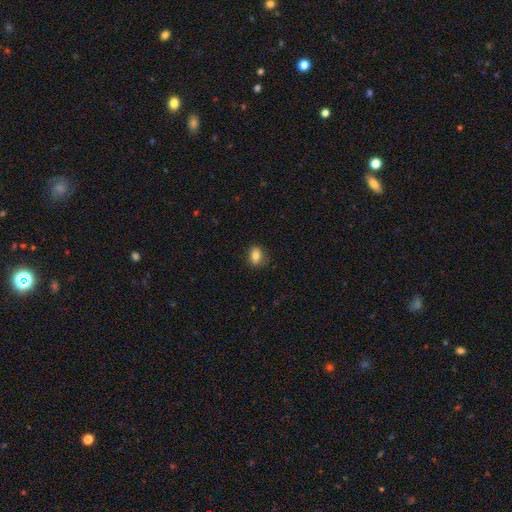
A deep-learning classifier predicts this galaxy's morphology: smooth 79%, featured or disk 11%, star or artifact 10%. Down the decision tree: how rounded — in between (64%); merging — none (82%).